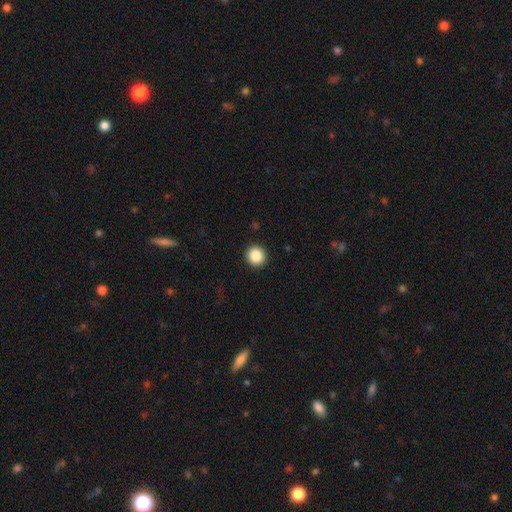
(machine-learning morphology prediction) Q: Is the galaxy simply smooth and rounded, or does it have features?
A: smooth — 87%.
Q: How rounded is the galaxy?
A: round — 93%.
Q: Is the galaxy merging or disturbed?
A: none — 93%.